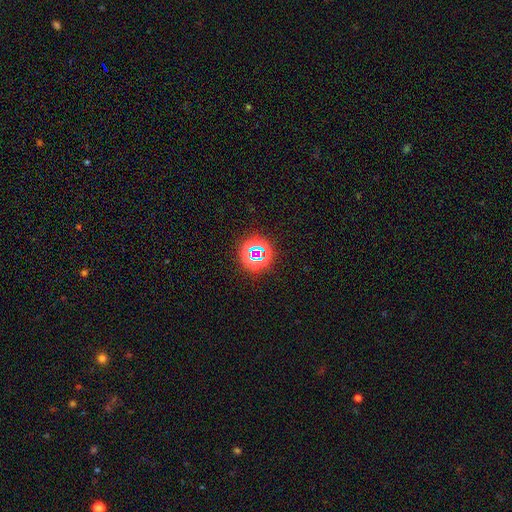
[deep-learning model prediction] star or artifact 69%, smooth 21%, featured or disk 10%.